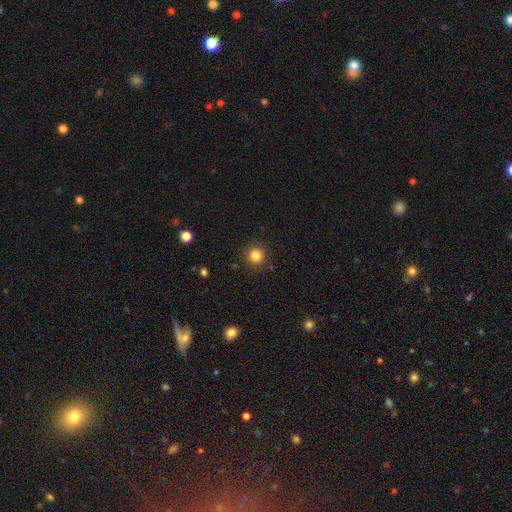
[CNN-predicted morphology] Overall: smooth (84%). How rounded: round (94%). Merging: none (90%).